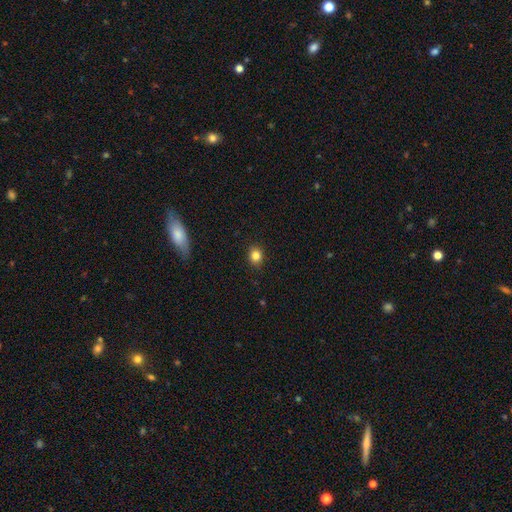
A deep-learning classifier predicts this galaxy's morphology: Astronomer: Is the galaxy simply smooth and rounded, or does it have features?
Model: smooth — 83%.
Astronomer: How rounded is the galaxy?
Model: round — 70%.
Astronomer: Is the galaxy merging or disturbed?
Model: none — 89%.